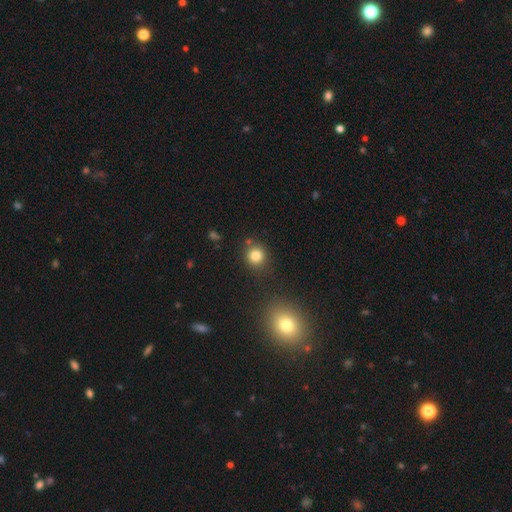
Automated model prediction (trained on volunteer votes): Smooth or featured? smooth (82%)
How rounded? round (86%)
Merging? none (78%)